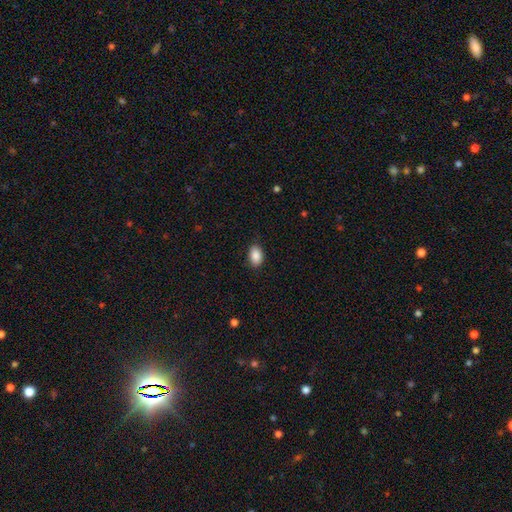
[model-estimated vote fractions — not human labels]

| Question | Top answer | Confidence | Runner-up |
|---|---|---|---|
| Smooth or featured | smooth | 89% | star or artifact (7%) |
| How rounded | in between | 88% | round (11%) |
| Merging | none | 85% | minor disturbance (11%) |